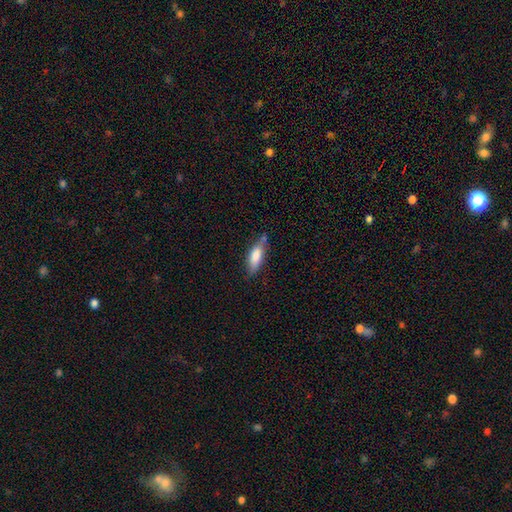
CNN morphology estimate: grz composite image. It shows a smooth galaxy with no disk features (79%) that is in between round and cigar-shaped (62%). Merging: none (59%).